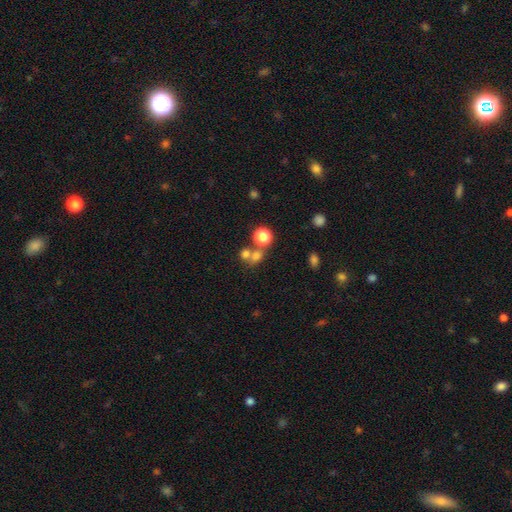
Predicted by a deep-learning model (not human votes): smooth 70%, star or artifact 19%, featured or disk 11%. Down the decision tree: how rounded — round (77%); merging — none (46%).